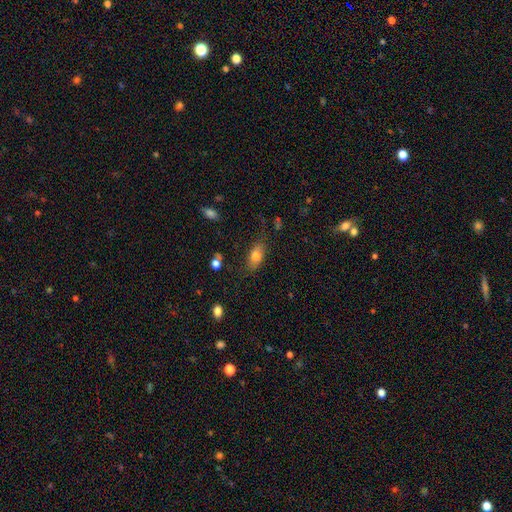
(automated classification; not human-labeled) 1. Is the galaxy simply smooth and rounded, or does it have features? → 78% smooth, 14% featured or disk, 9% star or artifact.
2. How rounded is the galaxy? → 86% in between, 9% cigar-shaped, 5% round.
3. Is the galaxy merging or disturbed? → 74% none, 18% minor disturbance, 6% major disturbance, 2% merger.